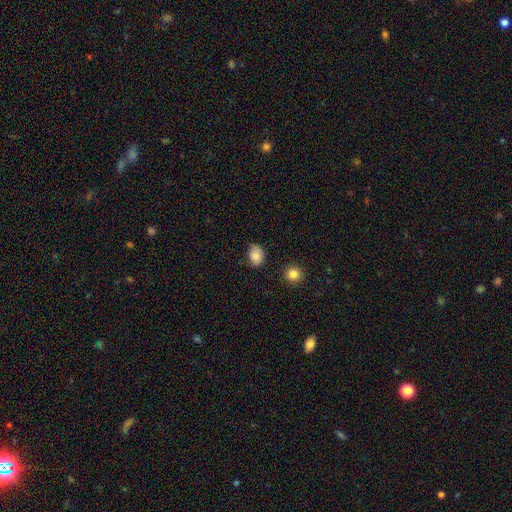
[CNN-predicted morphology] smooth 84%, star or artifact 9%, featured or disk 7%. Down the decision tree: how rounded — in between (67%); merging — none (66%).